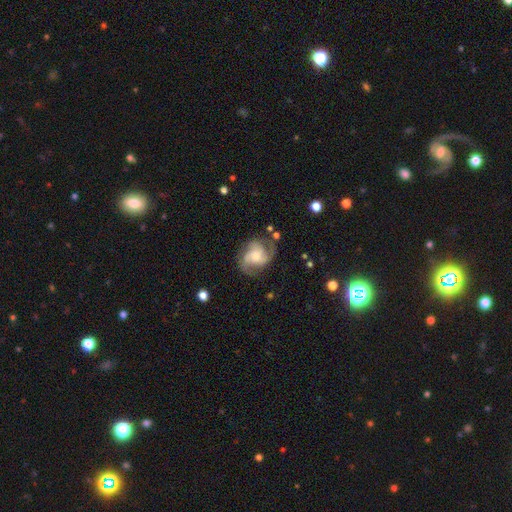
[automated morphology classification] The model was most divided on "bulge size": large: 31%, moderate: 25%, none: 21%, small: 17%, dominant: 5%. More confident: edge-on disk — no (98%); spiral arms — yes (95%); smooth or featured — featured or disk (77%); bar — no (66%); merging — none (66%); spiral arm count — 3 (51%); spiral winding — medium (51%).